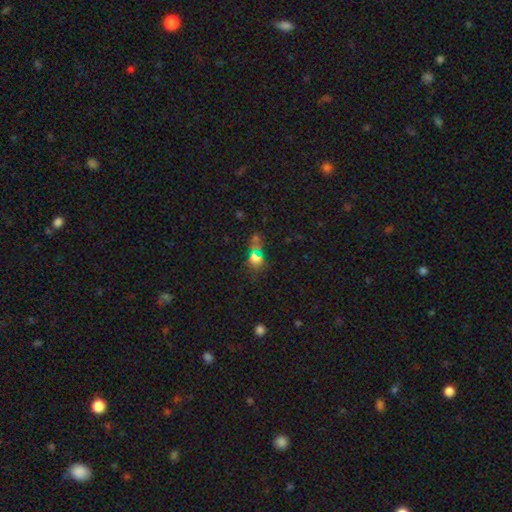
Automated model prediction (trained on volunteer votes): Smooth or featured? smooth (50%)
Merging? none (56%)